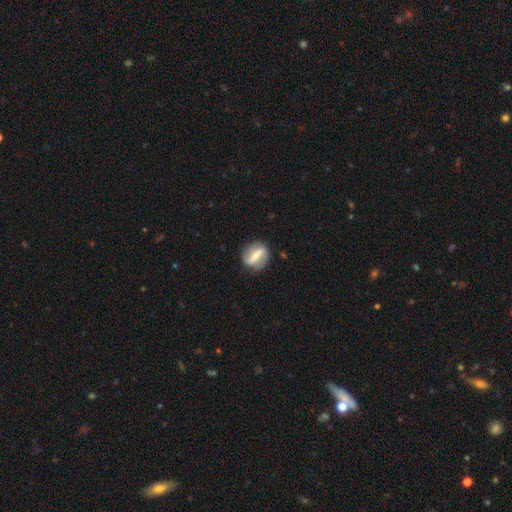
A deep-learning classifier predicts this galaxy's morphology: featured or disk 70%, smooth 23%, star or artifact 6%. Down the decision tree: edge-on disk — no (90%); bar — strong (75%); spiral arms — yes (66%); bulge size — small (48%); merging — none (82%).